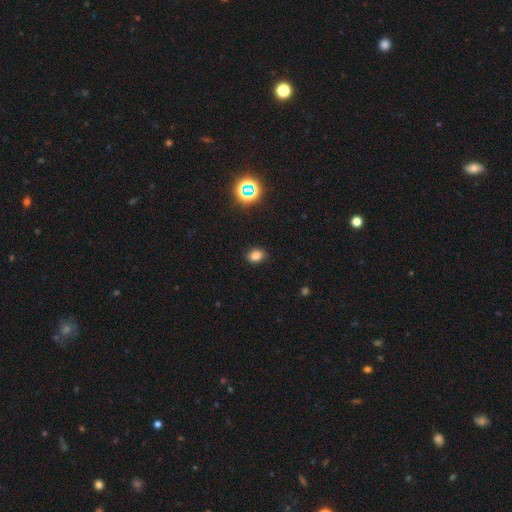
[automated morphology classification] Smooth or featured? Predicted: smooth (p=0.79). How rounded? Predicted: in between (p=0.64). Merging? Predicted: none (p=0.88).